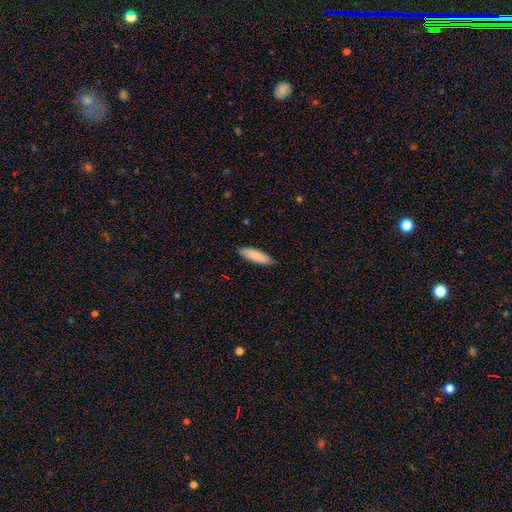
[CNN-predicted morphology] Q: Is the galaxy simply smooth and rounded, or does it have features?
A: smooth — 87%.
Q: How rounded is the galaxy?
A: cigar-shaped — 53%.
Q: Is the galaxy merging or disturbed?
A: none — 88%.